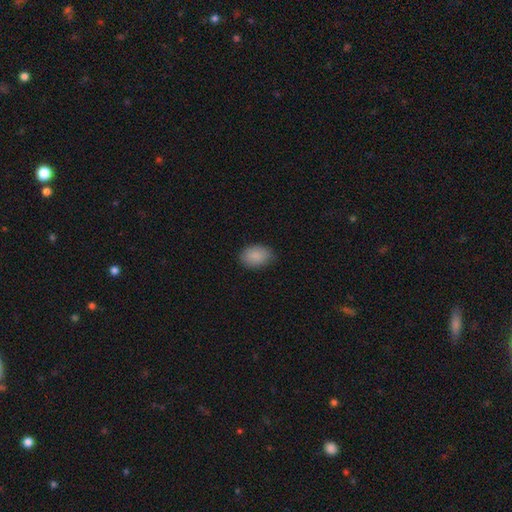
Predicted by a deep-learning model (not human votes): A smooth galaxy with no disk features (89%) that is in between round and cigar-shaped (82%).

Vote fractions:
- Smooth or featured? smooth: 89% / star or artifact: 7% / featured or disk: 4%
- How rounded? in between: 82% / round: 17% / cigar-shaped: 1%
- Merging? none: 82% / minor disturbance: 14% / major disturbance: 3% / merger: 1%